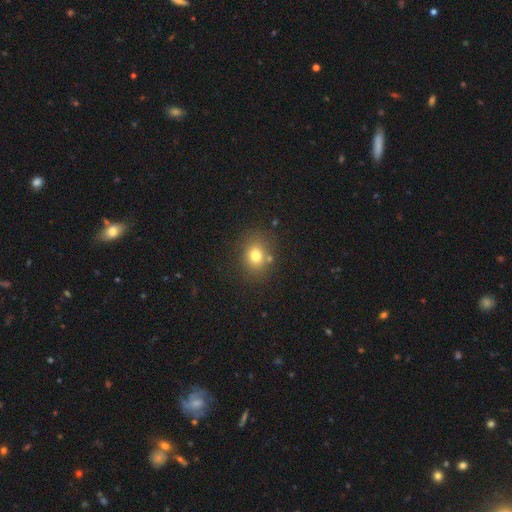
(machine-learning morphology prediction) The model was most divided on "how rounded": round: 64%, in between: 35%, cigar-shaped: 1%. More confident: merging — none (77%); smooth or featured — smooth (75%).